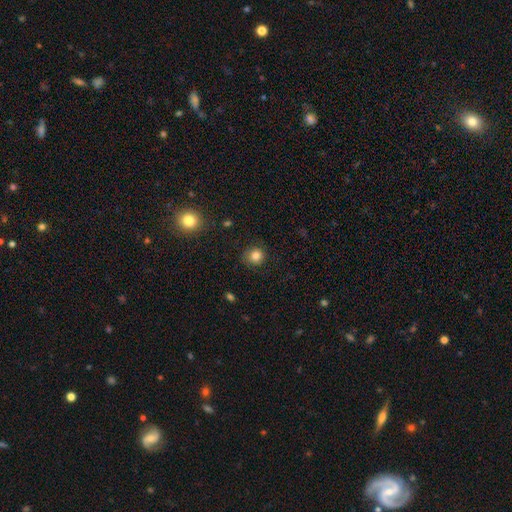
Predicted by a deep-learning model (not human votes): Q: Smooth or featured?
A: smooth (83%); runner-up: star or artifact (11%)
Q: How rounded?
A: round (88%); runner-up: in between (11%)
Q: Merging?
A: none (82%); runner-up: minor disturbance (13%)